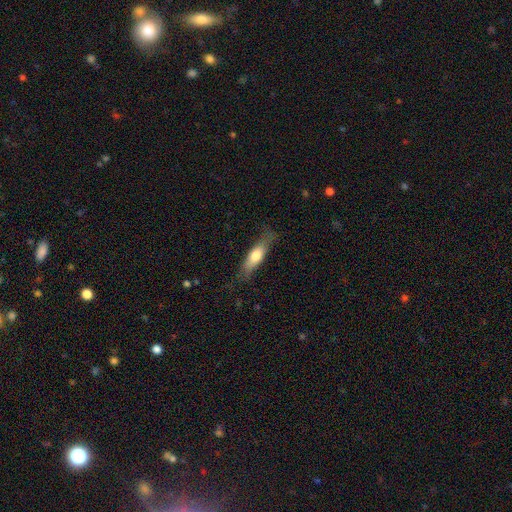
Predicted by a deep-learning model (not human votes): smooth-or-featured: smooth: 65% | featured or disk: 29% | star or artifact: 6%
  how-rounded: cigar-shaped: 57% | in between: 41% | round: 2%
  merging: none: 72% | minor disturbance: 20% | major disturbance: 6% | merger: 1%